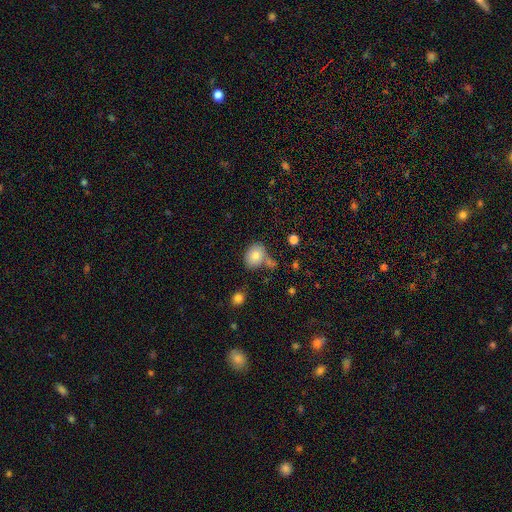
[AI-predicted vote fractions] Smooth or featured?
  - smooth: 81% *
  - featured or disk: 10%
  - star or artifact: 9%
How rounded?
  - in between: 54% *
  - round: 45%
  - cigar-shaped: 1%
Merging?
  - none: 60% *
  - merger: 18%
  - minor disturbance: 17%
  - major disturbance: 5%